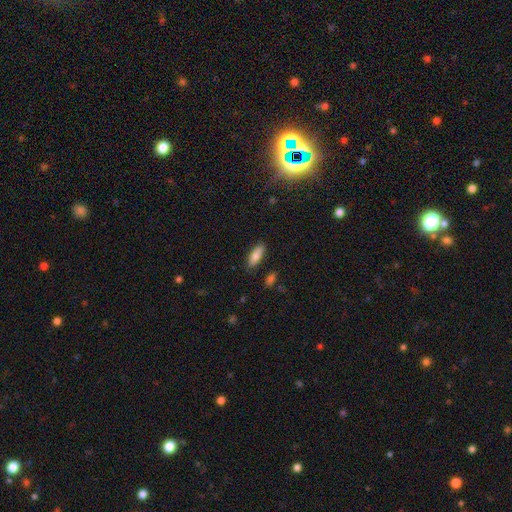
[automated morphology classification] A smooth galaxy with no disk features (80%) that is in between round and cigar-shaped (71%).

Vote fractions:
- Smooth or featured? smooth: 80% / featured or disk: 13% / star or artifact: 7%
- How rounded? in between: 71% / cigar-shaped: 27% / round: 2%
- Merging? none: 83% / minor disturbance: 13% / major disturbance: 3% / merger: 2%